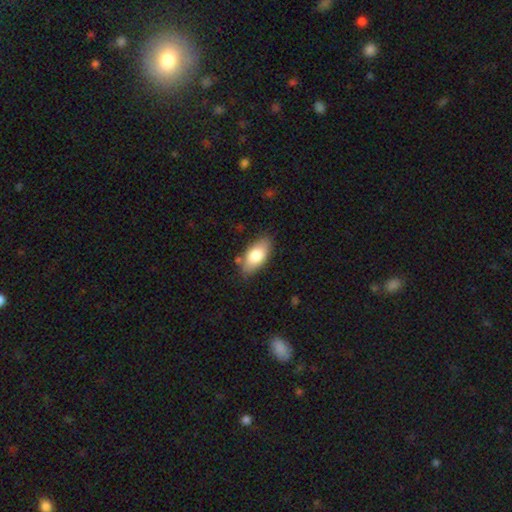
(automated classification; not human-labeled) smooth 79%, featured or disk 15%, star or artifact 6%. Down the decision tree: how rounded — in between (91%); merging — none (78%).